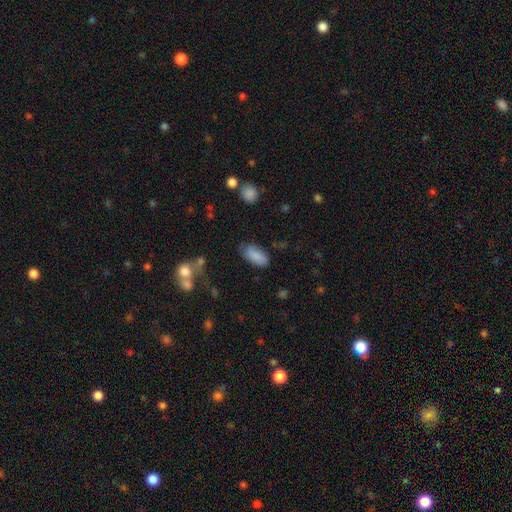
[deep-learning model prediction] Morphology: type=smooth (83%); roundness=in between (90%); merging=none (73%).